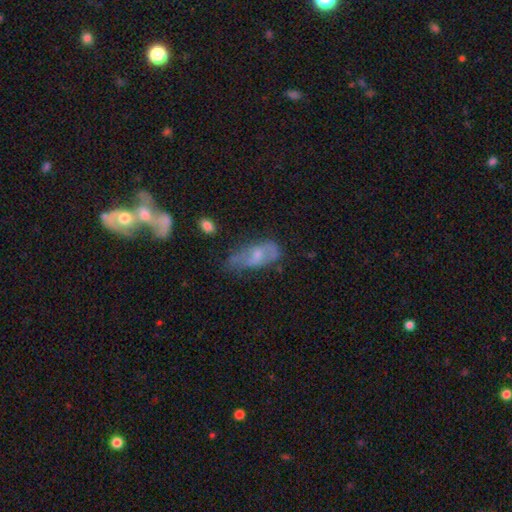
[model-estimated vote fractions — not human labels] This is possibly a smooth galaxy (48%). Merging: marginally none (39%).